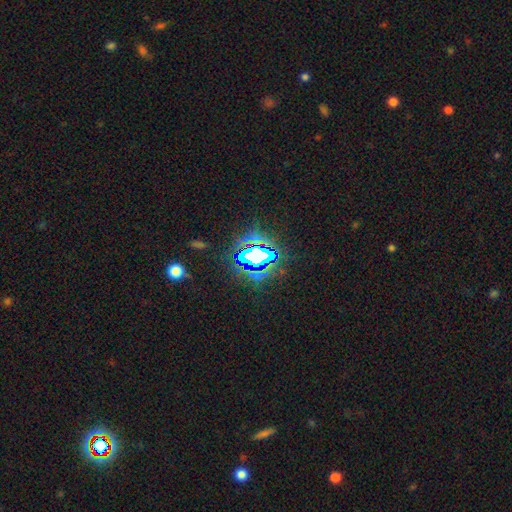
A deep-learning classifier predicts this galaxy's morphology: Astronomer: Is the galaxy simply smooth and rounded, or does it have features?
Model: star or artifact — 66%.